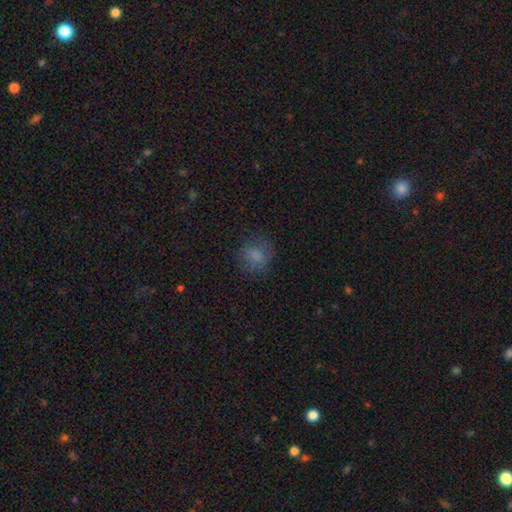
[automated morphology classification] This is likely a smooth galaxy (76%). How rounded: likely round (79%). Merging: likely none (70%).